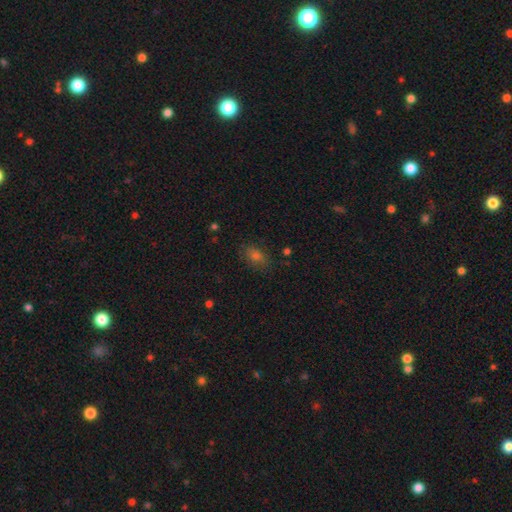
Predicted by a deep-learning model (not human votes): A smooth galaxy with no disk features (66%) that is in between round and cigar-shaped (76%). Merging: none (81%).